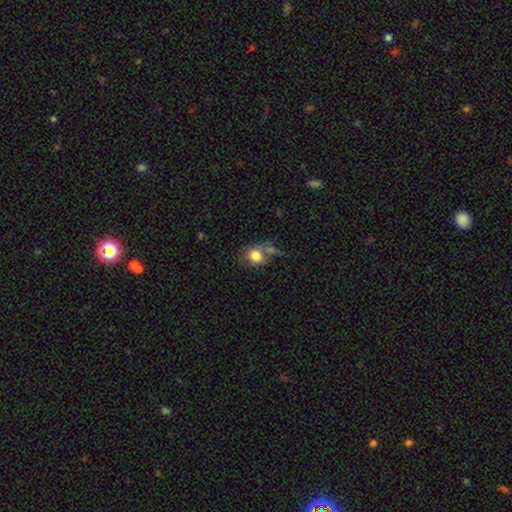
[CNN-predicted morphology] Smooth or featured? Predicted: smooth (p=0.79). How rounded? Predicted: round (p=0.69). Merging? Predicted: none (p=0.41).